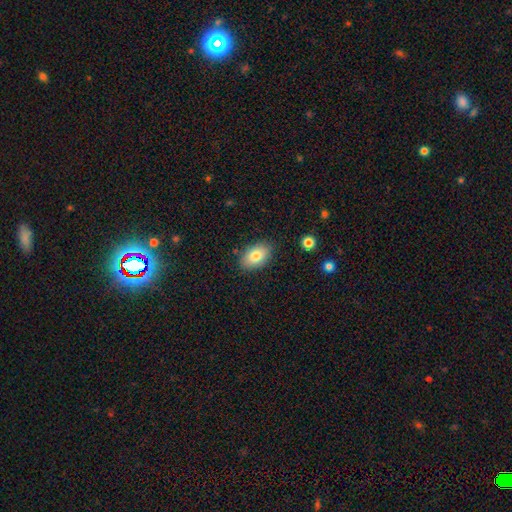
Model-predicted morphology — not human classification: smooth 80%, featured or disk 13%, star or artifact 8%. Down the decision tree: how rounded — in between (90%); merging — none (84%).